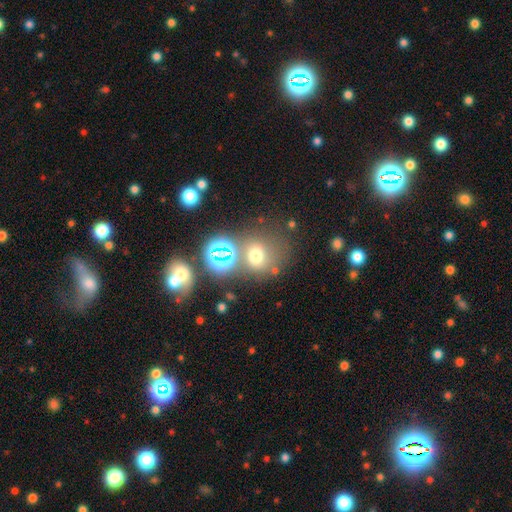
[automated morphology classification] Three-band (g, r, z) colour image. It shows a smooth galaxy with no disk features (60%) that is round (76%). Merging: none (60%).